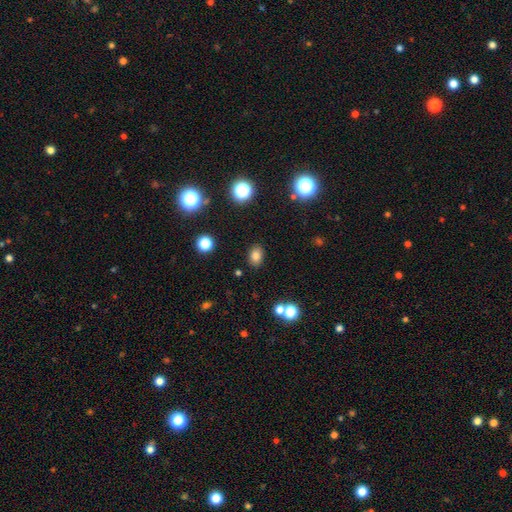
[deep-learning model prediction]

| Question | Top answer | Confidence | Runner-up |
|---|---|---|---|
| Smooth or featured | smooth | 81% | star or artifact (13%) |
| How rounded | in between | 73% | round (26%) |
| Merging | none | 86% | minor disturbance (9%) |